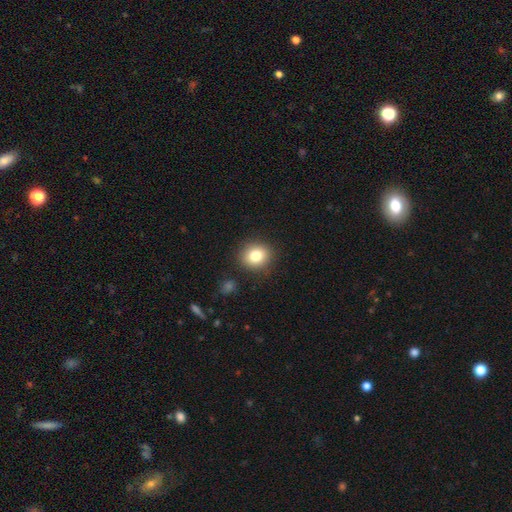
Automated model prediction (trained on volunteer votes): Q: Smooth or featured?
A: smooth (81%); runner-up: star or artifact (11%)
Q: How rounded?
A: round (75%); runner-up: in between (25%)
Q: Merging?
A: none (88%); runner-up: minor disturbance (8%)